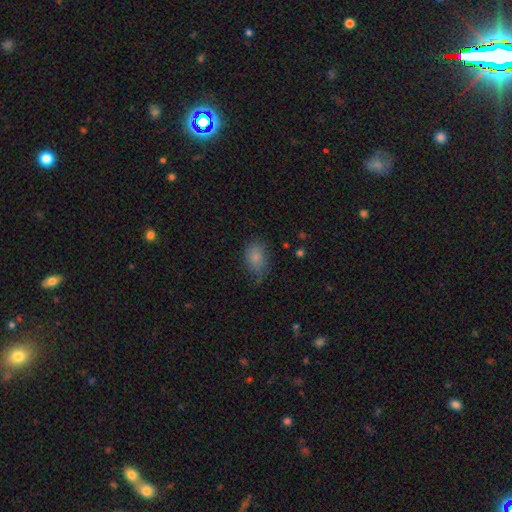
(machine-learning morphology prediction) Smooth or featured?
  - smooth: 77% *
  - star or artifact: 14%
  - featured or disk: 10%
How rounded?
  - in between: 78% *
  - round: 20%
  - cigar-shaped: 2%
Merging?
  - none: 64% *
  - minor disturbance: 27%
  - major disturbance: 7%
  - merger: 2%